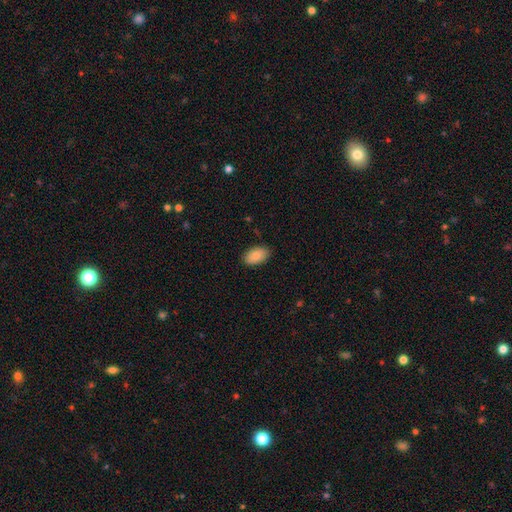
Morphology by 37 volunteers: Smooth or featured?
  - smooth: 92% *
  - featured or disk: 8%
  - star or artifact: 0%
How rounded?
  - in between: 94% *
  - round: 3%
  - cigar-shaped: 3%
Merging?
  - none: 86% *
  - major disturbance: 8%
  - minor disturbance: 5%
  - merger: 0%